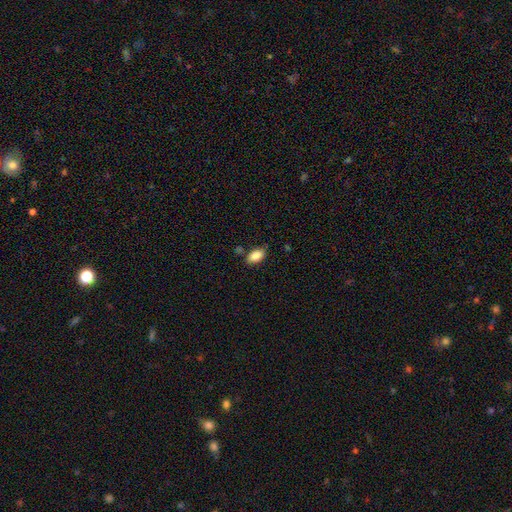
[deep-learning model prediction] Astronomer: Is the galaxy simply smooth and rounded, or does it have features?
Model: smooth — 88%.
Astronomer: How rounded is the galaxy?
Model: in between — 93%.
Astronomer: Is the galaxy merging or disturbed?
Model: none — 77%.